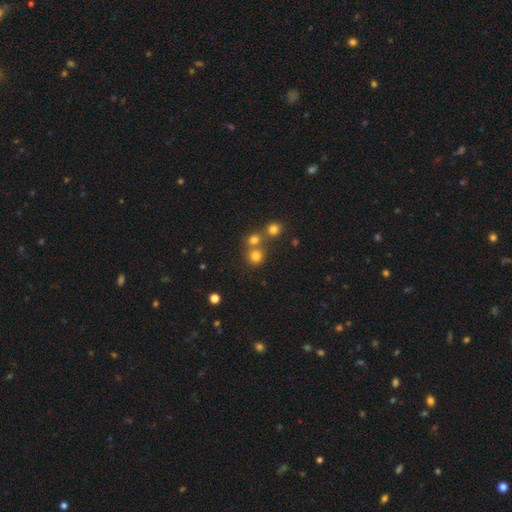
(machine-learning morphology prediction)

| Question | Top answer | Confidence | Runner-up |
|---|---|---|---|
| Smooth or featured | smooth | 76% | star or artifact (17%) |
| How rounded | round | 90% | in between (9%) |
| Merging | none | 60% | merger (31%) |